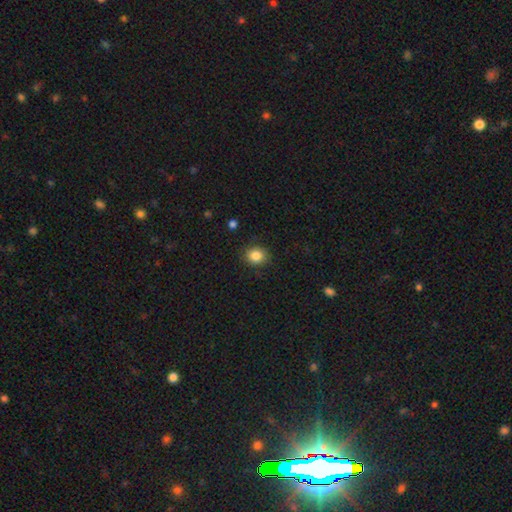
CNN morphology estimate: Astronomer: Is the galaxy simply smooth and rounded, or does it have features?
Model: smooth — 85%.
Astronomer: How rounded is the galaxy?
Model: round — 71%.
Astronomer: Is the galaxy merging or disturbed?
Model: none — 86%.